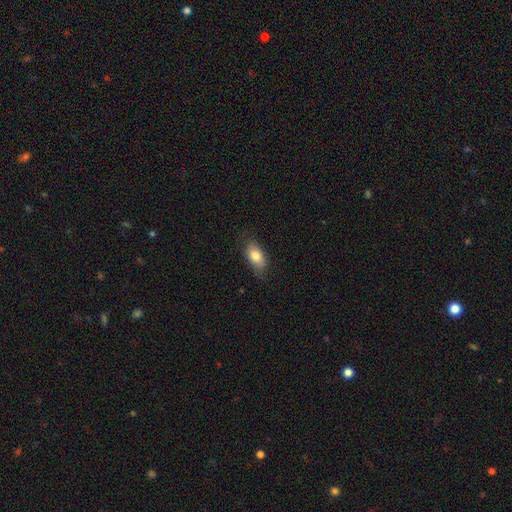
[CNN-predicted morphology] This appears to be a smooth galaxy with no disk features (81%) that is in between round and cigar-shaped (90%). Merging: none (77%).